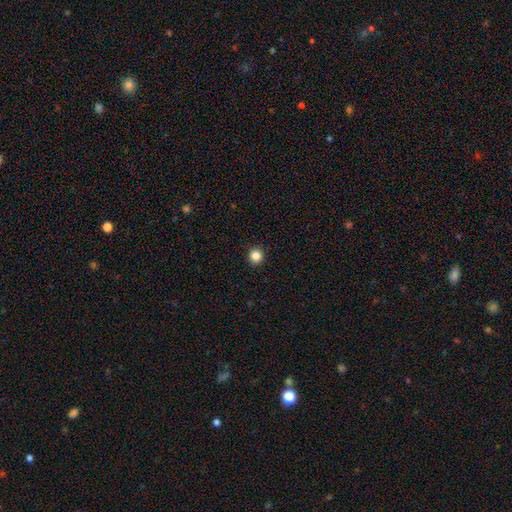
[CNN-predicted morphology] smooth_or_featured: smooth (p=0.85) [alt: star or artifact p=0.11]
how_rounded: round (p=0.93) [alt: in between p=0.06]
merging: none (p=0.93) [alt: minor disturbance p=0.04]